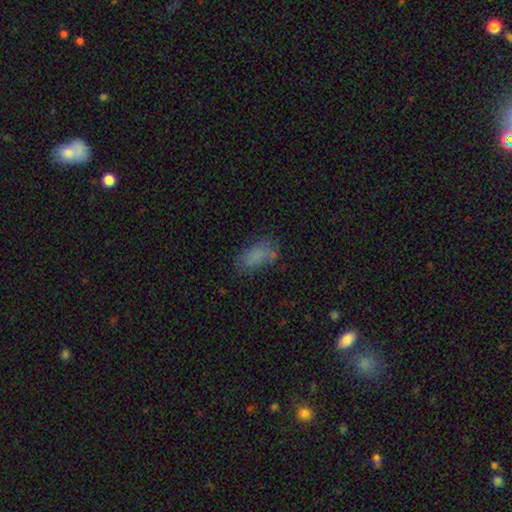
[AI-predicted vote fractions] smooth_or_featured: smooth (p=0.79) [alt: star or artifact p=0.12]
how_rounded: in between (p=0.90) [alt: cigar-shaped p=0.06]
merging: none (p=0.63) [alt: minor disturbance p=0.21]